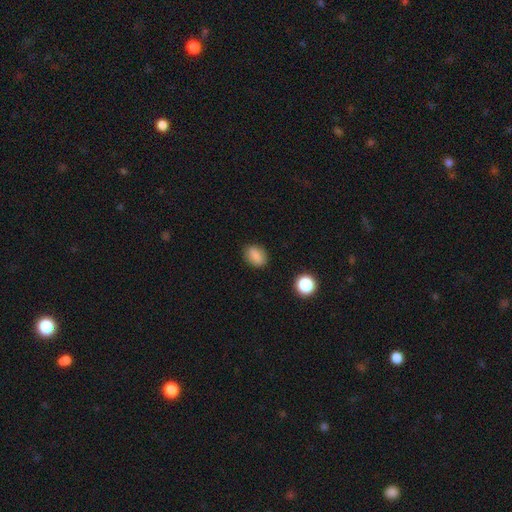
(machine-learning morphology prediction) This is clearly a smooth galaxy (84%). How rounded: likely in between (72%). Merging: clearly none (83%).